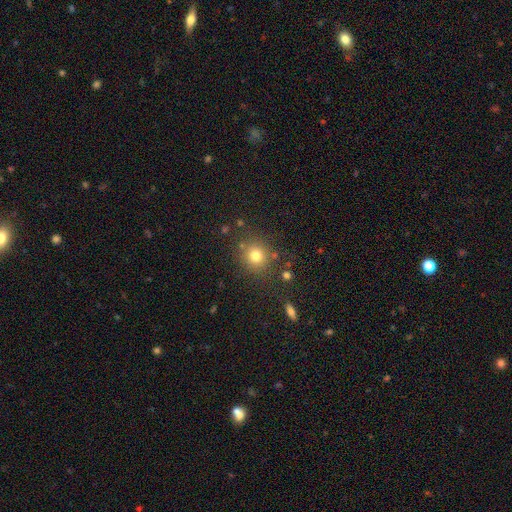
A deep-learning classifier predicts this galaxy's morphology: Smooth or featured? Predicted: smooth (p=0.79). How rounded? Predicted: round (p=0.88). Merging? Predicted: none (p=0.82).